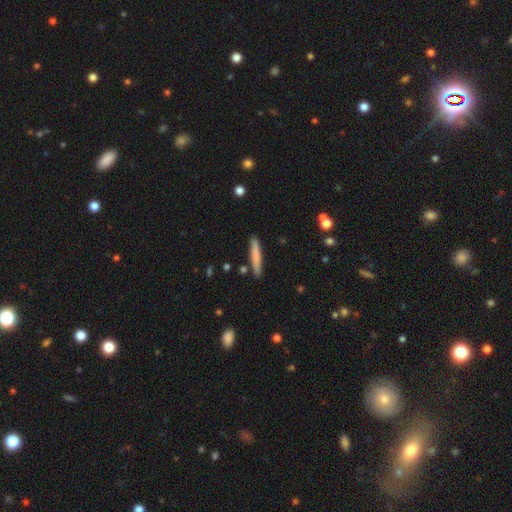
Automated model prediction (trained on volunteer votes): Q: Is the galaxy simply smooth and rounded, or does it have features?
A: smooth — 72%.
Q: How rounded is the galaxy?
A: cigar-shaped — 95%.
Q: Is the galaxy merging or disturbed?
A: none — 87%.